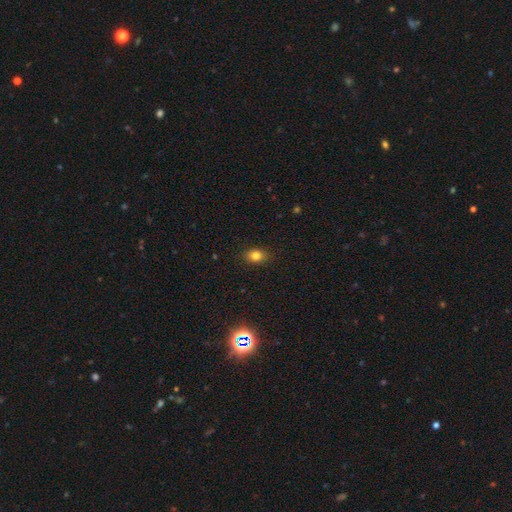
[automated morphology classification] smooth 81%, star or artifact 12%, featured or disk 7%. Down the decision tree: how rounded — in between (69%); merging — none (87%).